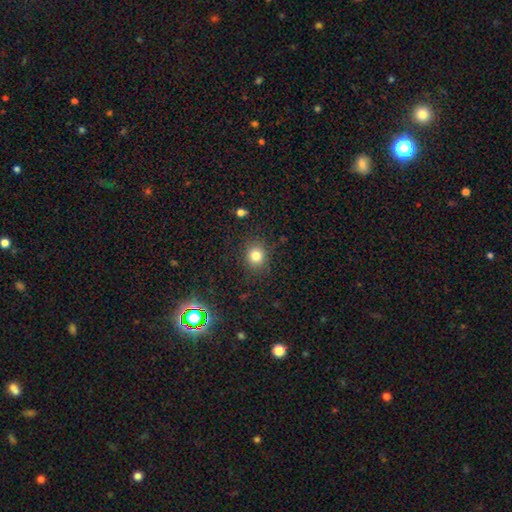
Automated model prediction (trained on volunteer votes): This is clearly a smooth galaxy (81%). How rounded: likely round (75%). Merging: clearly none (86%).